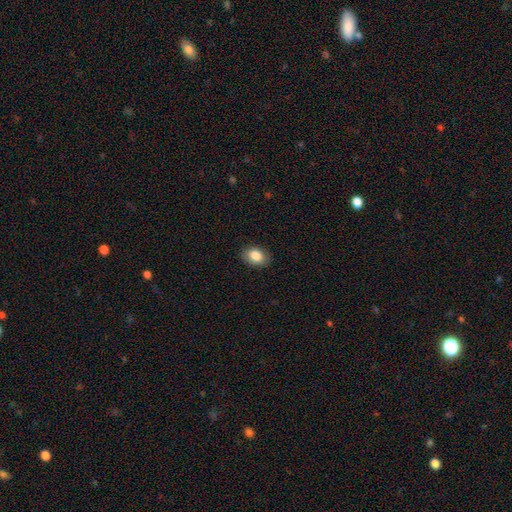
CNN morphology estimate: Smooth or featured: smooth — 85% (star or artifact — 8%)
How rounded: in between — 79% (round — 20%)
Merging: none — 87% (minor disturbance — 9%)